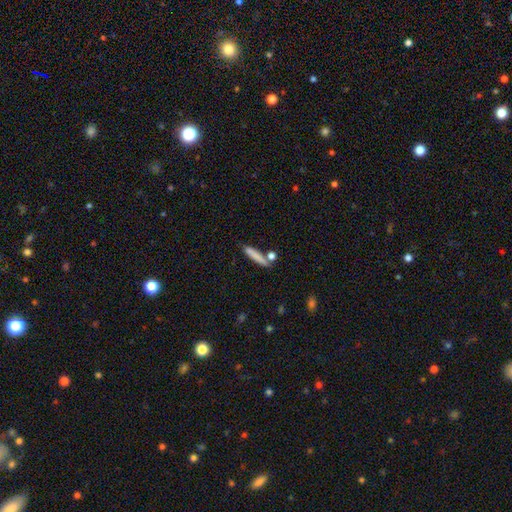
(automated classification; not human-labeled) Smooth or featured? Predicted: smooth (p=0.79). How rounded? Predicted: cigar-shaped (p=0.87). Merging? Predicted: none (p=0.73).